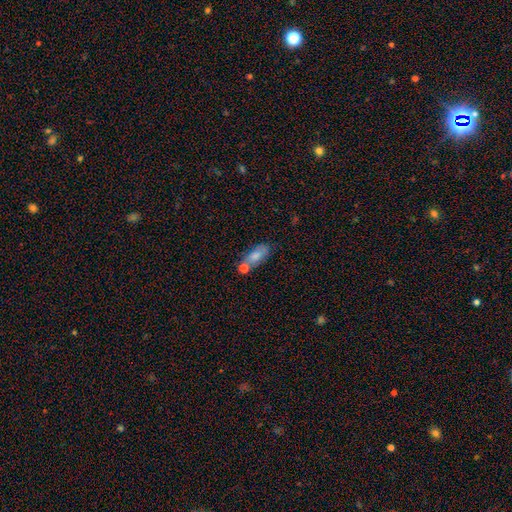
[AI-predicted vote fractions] Smooth or featured: smooth — 75% (featured or disk — 16%)
How rounded: in between — 80% (cigar-shaped — 16%)
Merging: none — 53% (merger — 23%)